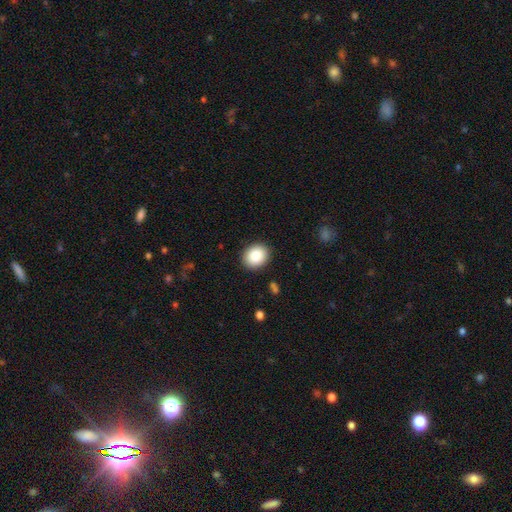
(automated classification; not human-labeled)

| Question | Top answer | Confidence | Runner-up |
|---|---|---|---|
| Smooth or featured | smooth | 86% | star or artifact (8%) |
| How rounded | round | 61% | in between (39%) |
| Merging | none | 90% | minor disturbance (7%) |